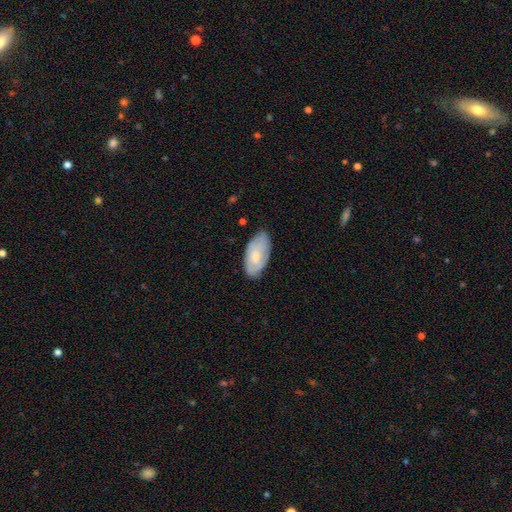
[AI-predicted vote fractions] A smooth galaxy with no disk features (57%) that is in between round and cigar-shaped (94%). Merging: none (75%).